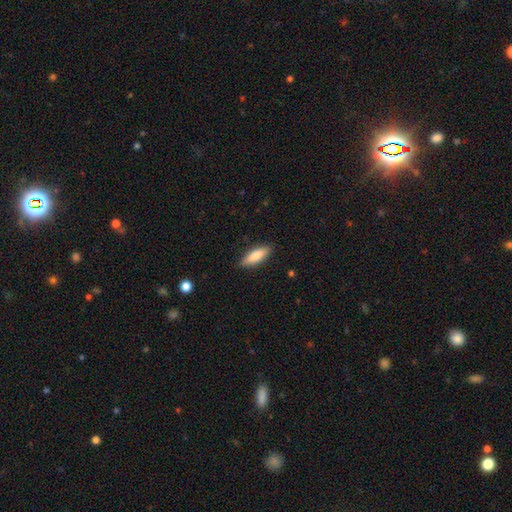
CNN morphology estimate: Overall: smooth (80%). How rounded: in between (54%; cigar-shaped 44%). Merging: none (87%).